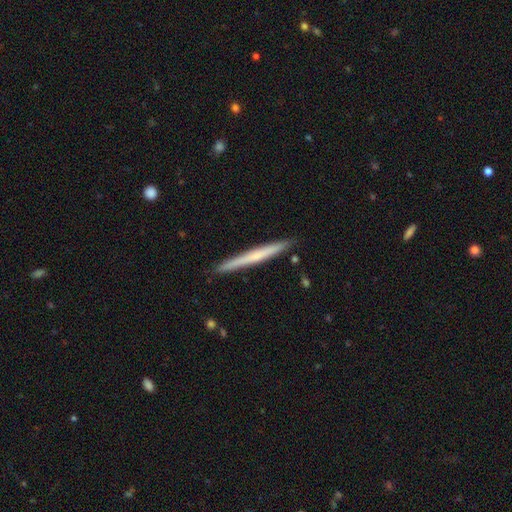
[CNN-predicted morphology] smooth-or-featured: featured or disk: 51% | smooth: 44% | star or artifact: 5%
  disk-edge-on: yes: 97% | no: 3%
  merging: none: 90% | minor disturbance: 7% | merger: 1% | major disturbance: 1%